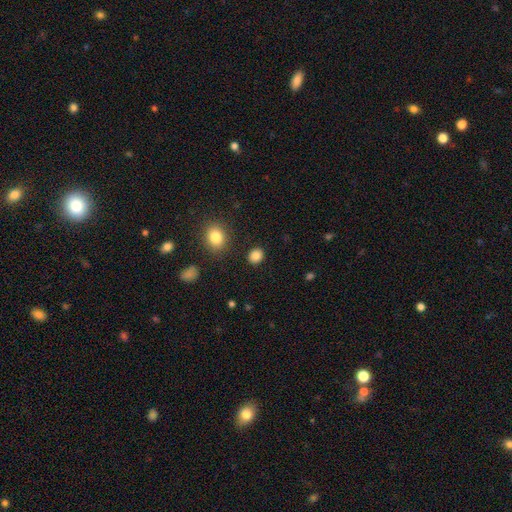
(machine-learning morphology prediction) Overall: smooth (86%). How rounded: round (65%; in between 34%). Merging: none (89%).